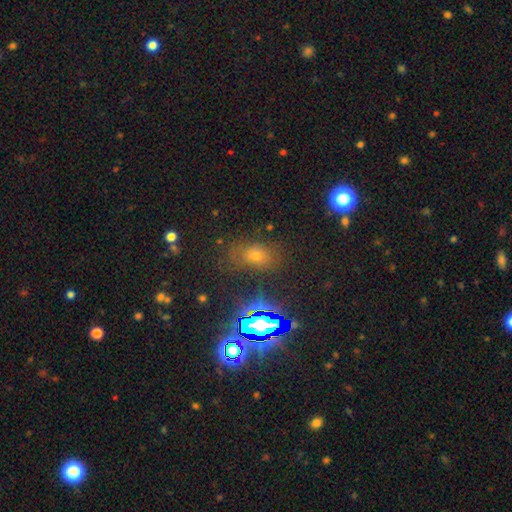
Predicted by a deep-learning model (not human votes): A smooth galaxy with no disk features (52%) that is in between round and cigar-shaped (73%).

Vote fractions:
- Smooth or featured? smooth: 52% / star or artifact: 35% / featured or disk: 13%
- How rounded? in between: 73% / round: 24% / cigar-shaped: 3%
- Merging? none: 77% / minor disturbance: 14% / major disturbance: 6% / merger: 3%